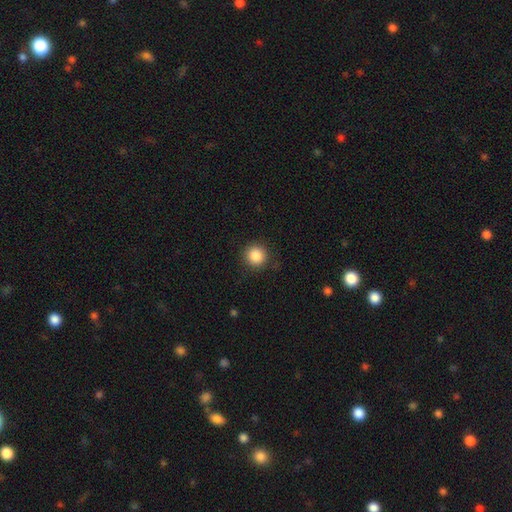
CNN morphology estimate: Smooth or featured?
  - smooth: 86% *
  - star or artifact: 10%
  - featured or disk: 4%
How rounded?
  - round: 94% *
  - in between: 5%
  - cigar-shaped: 1%
Merging?
  - none: 89% *
  - minor disturbance: 8%
  - major disturbance: 2%
  - merger: 1%